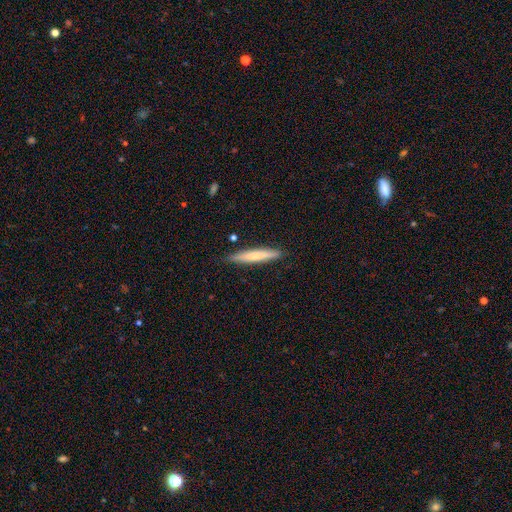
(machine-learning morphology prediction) smooth 65%, featured or disk 30%, star or artifact 6%. Down the decision tree: how rounded — cigar-shaped (93%); merging — none (87%).